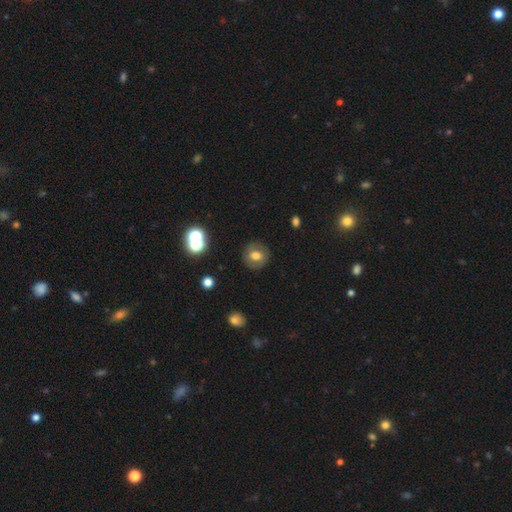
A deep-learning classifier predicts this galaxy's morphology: This is likely a smooth galaxy (60%). How rounded: clearly round (83%). Merging: clearly none (84%).